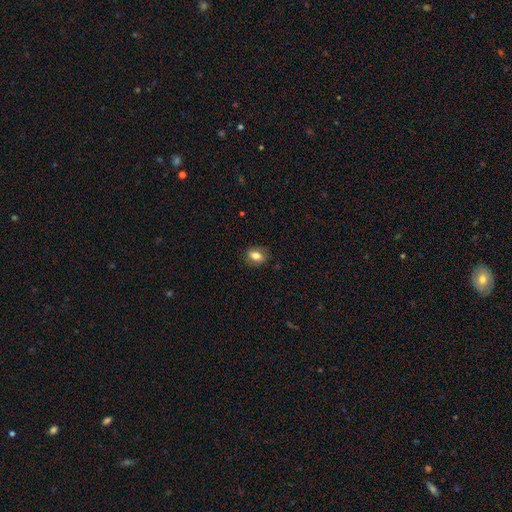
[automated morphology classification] A smooth galaxy with no disk features (73%) that is in between round and cigar-shaped (64%). Merging: none (83%).